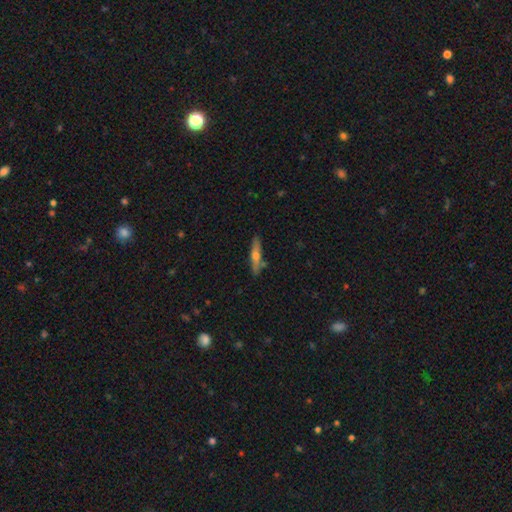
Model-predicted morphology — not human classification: smooth-or-featured: smooth: 49% | featured or disk: 44% | star or artifact: 6%
  merging: none: 81% | minor disturbance: 12% | merger: 4% | major disturbance: 2%